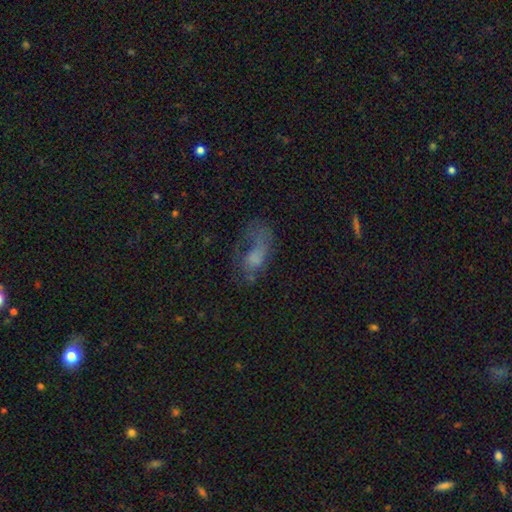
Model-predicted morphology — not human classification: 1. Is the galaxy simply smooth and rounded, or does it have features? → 43% smooth, 42% featured or disk, 15% star or artifact.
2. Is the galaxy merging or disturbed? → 50% major disturbance, 27% none, 18% minor disturbance, 4% merger.